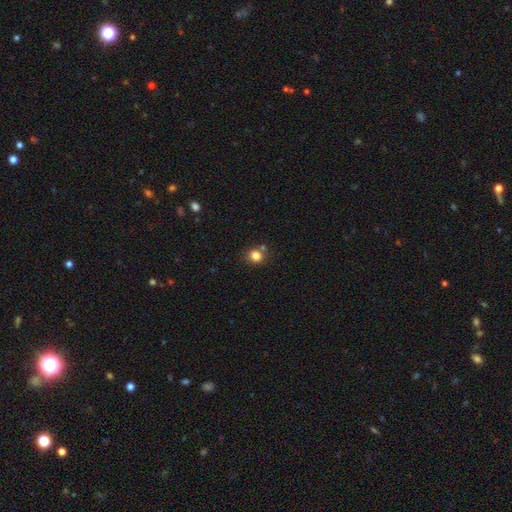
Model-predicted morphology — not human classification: Q: Smooth or featured?
A: smooth (82%); runner-up: star or artifact (12%)
Q: How rounded?
A: round (78%); runner-up: in between (21%)
Q: Merging?
A: none (72%); runner-up: merger (13%)